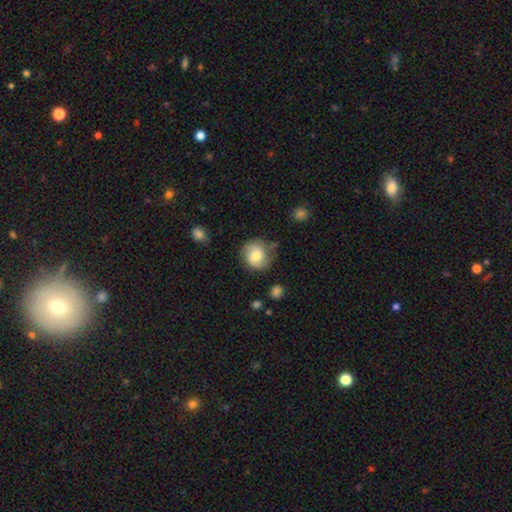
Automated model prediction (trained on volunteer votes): Smooth or featured? smooth (59%)
How rounded? round (79%)
Merging? none (71%)